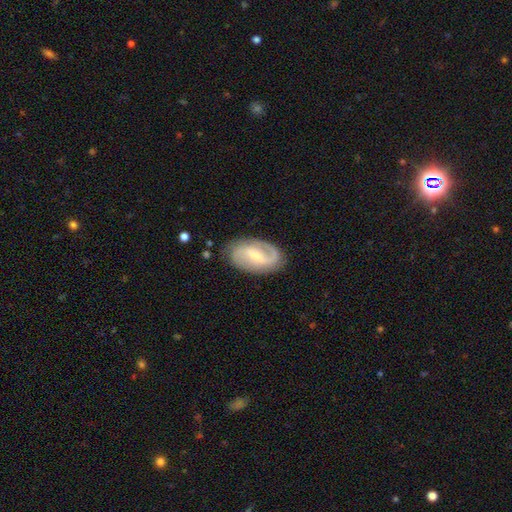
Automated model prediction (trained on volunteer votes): Smooth or featured? Predicted: featured or disk (p=0.82). Edge-on disk? Predicted: no (p=0.96). Bar? Predicted: weak (p=0.50). Spiral arms? Predicted: yes (p=0.94). Spiral winding? Predicted: medium (p=0.45). Spiral arm count? Predicted: 2 (p=0.80). Bulge size? Predicted: small (p=0.54). Merging? Predicted: none (p=0.77).